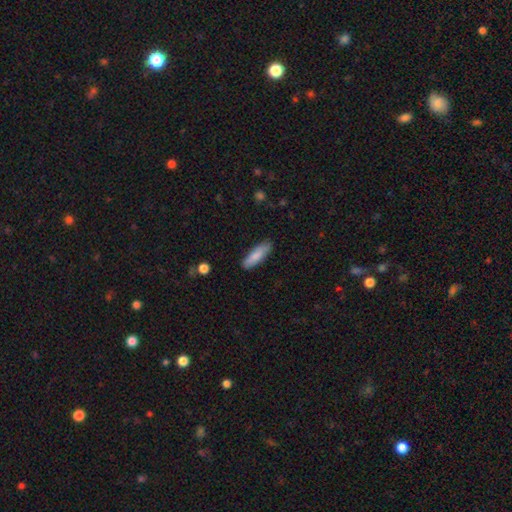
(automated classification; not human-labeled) Smooth or featured? Predicted: smooth (p=0.85). How rounded? Predicted: cigar-shaped (p=0.59). Merging? Predicted: none (p=0.86).